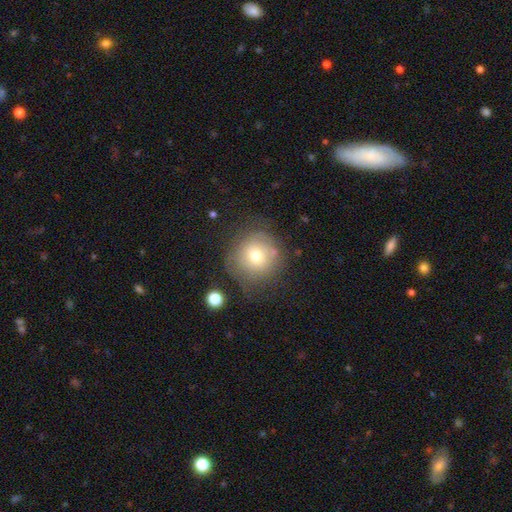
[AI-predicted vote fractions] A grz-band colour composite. It shows a smooth galaxy with no disk features (67%) that is round (92%). Merging: none (65%).